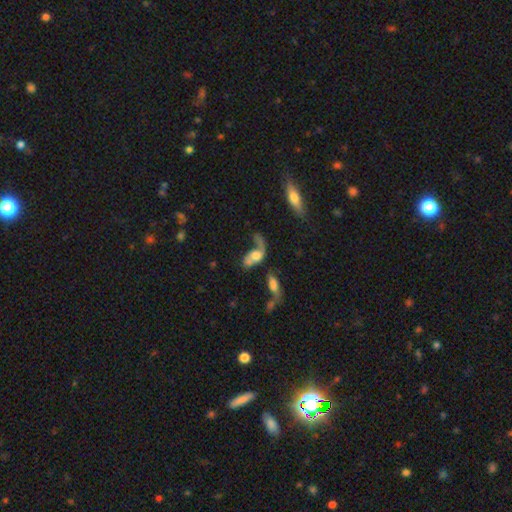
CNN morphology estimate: A featured or disk galaxy (57%) with no bar (74%), spiral arms (72%) and a large central bulge (35%). Merging: major disturbance (37%).